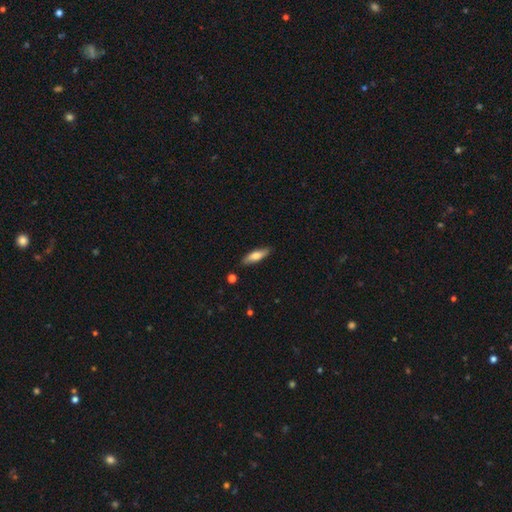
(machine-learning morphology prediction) Smooth or featured? smooth (68%)
How rounded? cigar-shaped (56%)
Merging? none (85%)